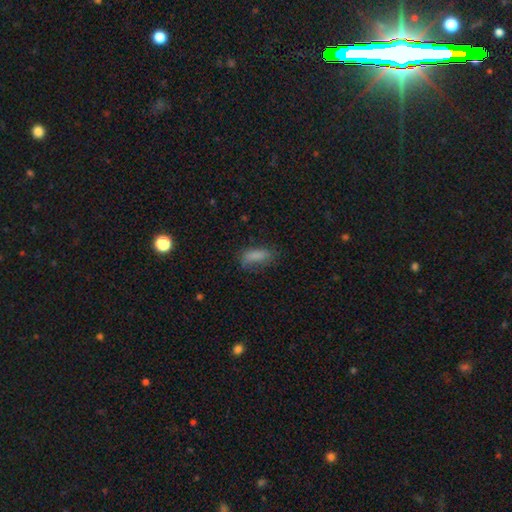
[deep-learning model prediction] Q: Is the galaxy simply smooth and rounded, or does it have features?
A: smooth — 80%.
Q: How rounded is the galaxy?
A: in between — 73%.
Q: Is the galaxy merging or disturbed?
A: none — 58%.